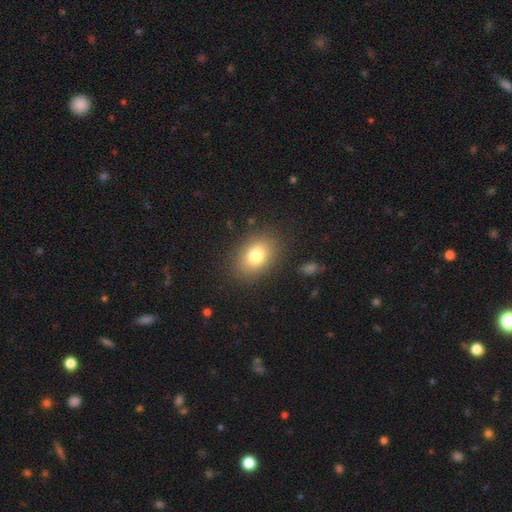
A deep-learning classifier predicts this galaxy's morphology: Smooth or featured? smooth (78%)
How rounded? in between (75%)
Merging? none (85%)